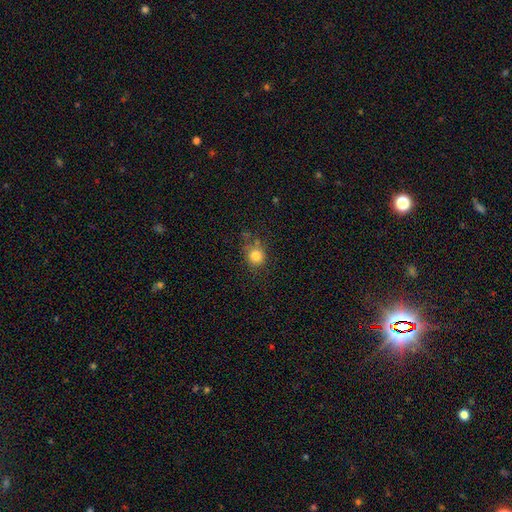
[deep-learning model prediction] This is clearly a smooth galaxy (81%). How rounded: clearly round (83%). Merging: likely none (71%).